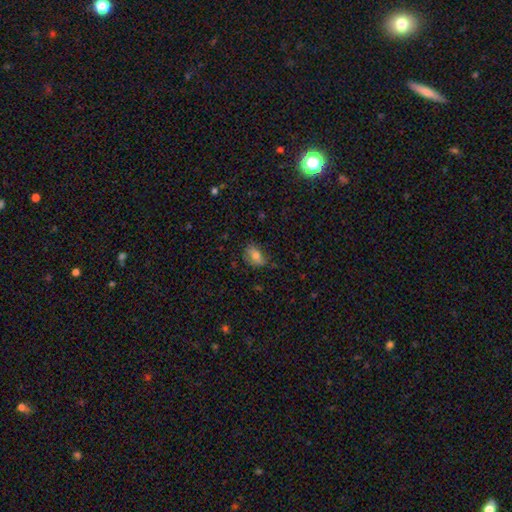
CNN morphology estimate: Smooth or featured: smooth — 71% (featured or disk — 20%)
How rounded: in between — 84% (round — 13%)
Merging: none — 65% (minor disturbance — 26%)